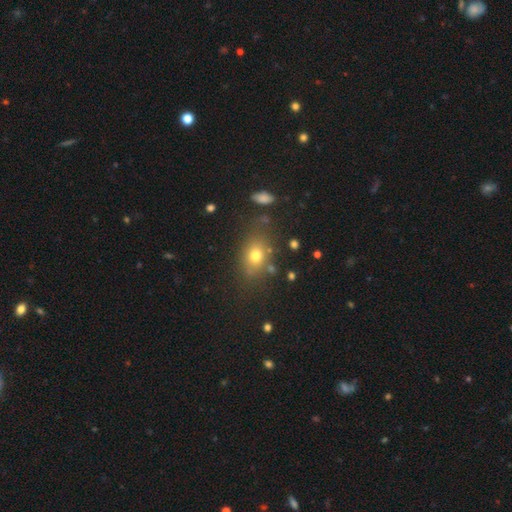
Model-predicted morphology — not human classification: Overall: smooth (73%). How rounded: in between (65%; round 33%). Merging: none (75%).